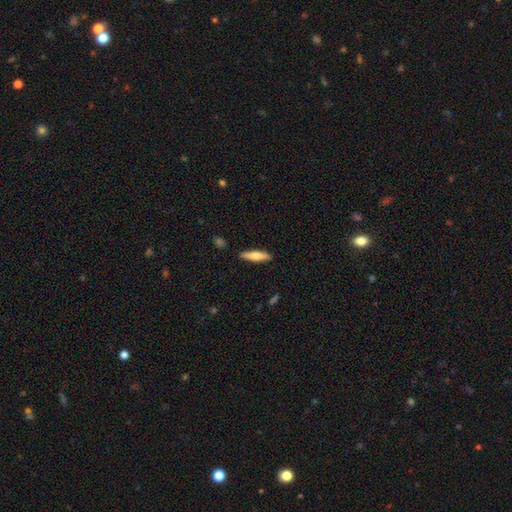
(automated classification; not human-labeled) The model was most divided on "smooth or featured": smooth: 66%, featured or disk: 28%, star or artifact: 6%. More confident: merging — none (89%); how rounded — cigar-shaped (75%).